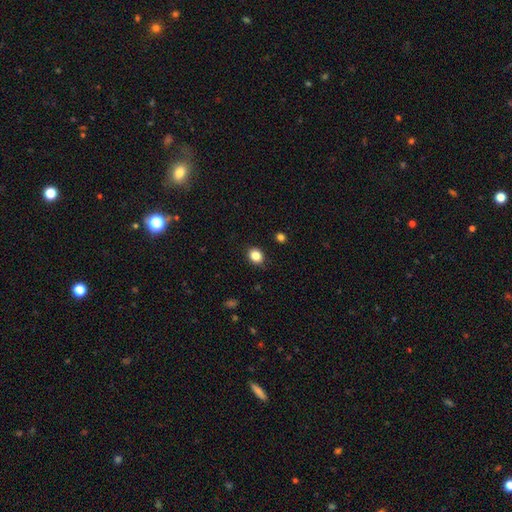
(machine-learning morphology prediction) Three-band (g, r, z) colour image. It shows a smooth galaxy with no disk features (85%) that is round (64%). Merging: none (88%).